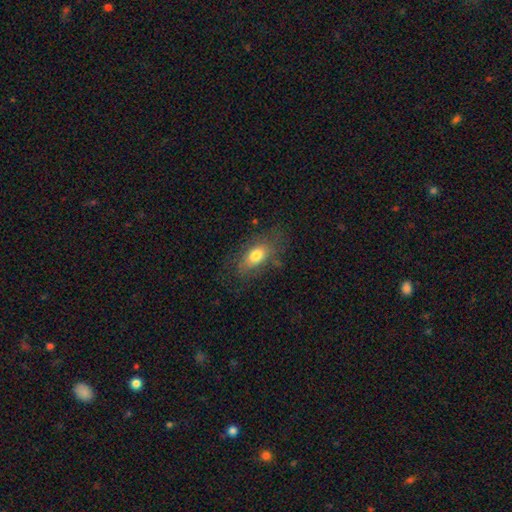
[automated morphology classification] This is likely a smooth galaxy (67%). How rounded: clearly in between (85%). Merging: likely none (66%).